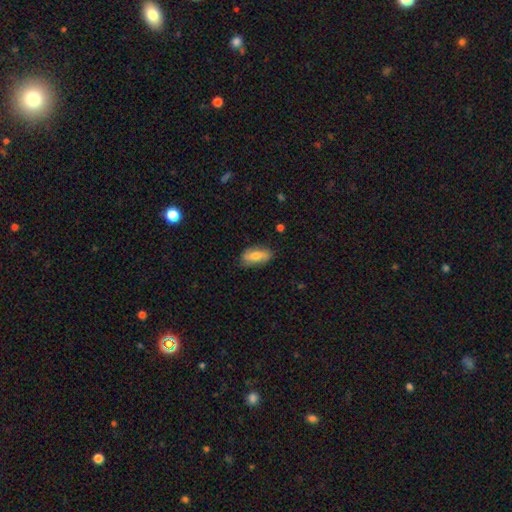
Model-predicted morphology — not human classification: This is likely a smooth galaxy (63%). How rounded: clearly in between (84%). Merging: likely none (80%).